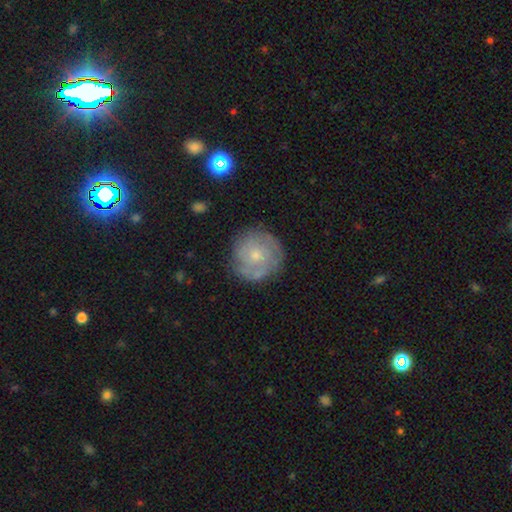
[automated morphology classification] Smooth or featured? Predicted: featured or disk (p=0.54). Edge-on disk? Predicted: no (p=0.97). Bar? Predicted: no (p=0.83). Spiral arms? Predicted: yes (p=0.71). Bulge size? Predicted: small (p=0.63). Merging? Predicted: none (p=0.76).